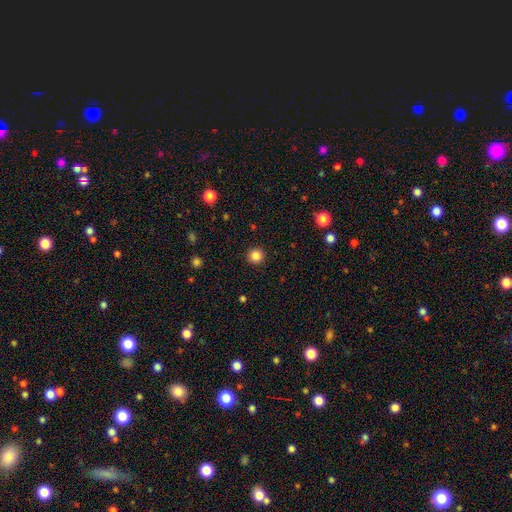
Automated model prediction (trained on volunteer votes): smooth_or_featured: smooth (p=0.85) [alt: star or artifact p=0.11]
how_rounded: round (p=0.95) [alt: in between p=0.04]
merging: none (p=0.93) [alt: minor disturbance p=0.05]